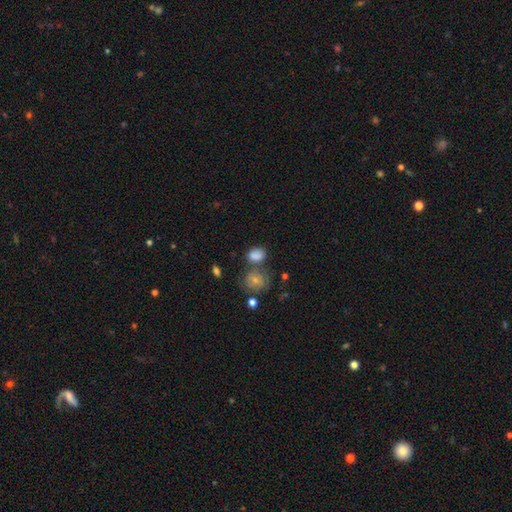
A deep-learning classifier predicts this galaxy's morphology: Smooth or featured? smooth (77%)
How rounded? in between (61%)
Merging? none (49%)